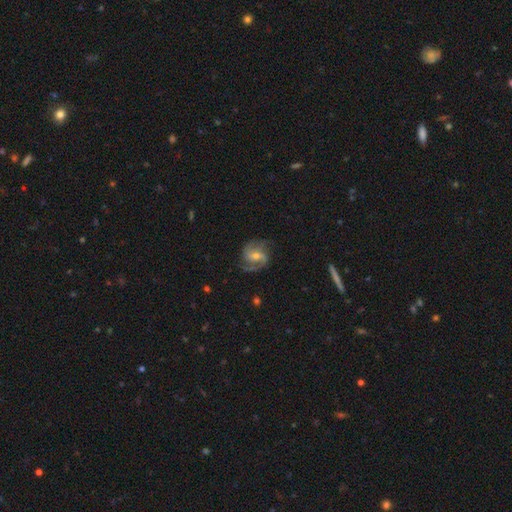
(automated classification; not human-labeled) smooth_or_featured: featured or disk (p=0.87) [alt: smooth p=0.07]
disk_edge_on: no (p=0.98) [alt: yes p=0.02]
bar: weak (p=0.43) [alt: no p=0.40]
has_spiral_arms: yes (p=0.97) [alt: no p=0.03]
spiral_winding: medium (p=0.57) [alt: tight p=0.22]
spiral_arm_count: 2 (p=0.87) [alt: 3 p=0.05]
bulge_size: moderate (p=0.48) [alt: small p=0.46]
merging: none (p=0.77) [alt: minor disturbance p=0.15]